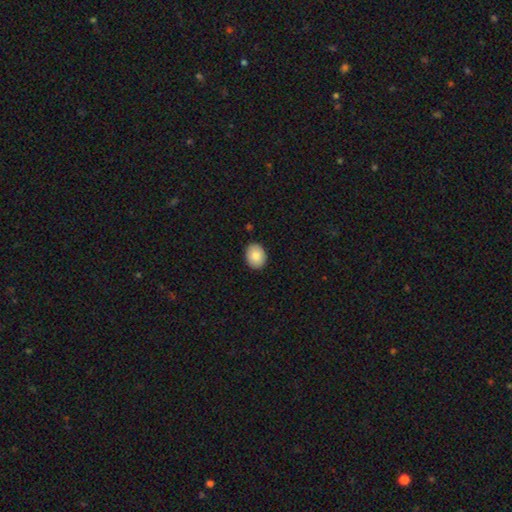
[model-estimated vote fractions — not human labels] smooth_or_featured: smooth (p=0.85) [alt: featured or disk p=0.08]
how_rounded: in between (p=0.55) [alt: round p=0.44]
merging: none (p=0.89) [alt: minor disturbance p=0.08]